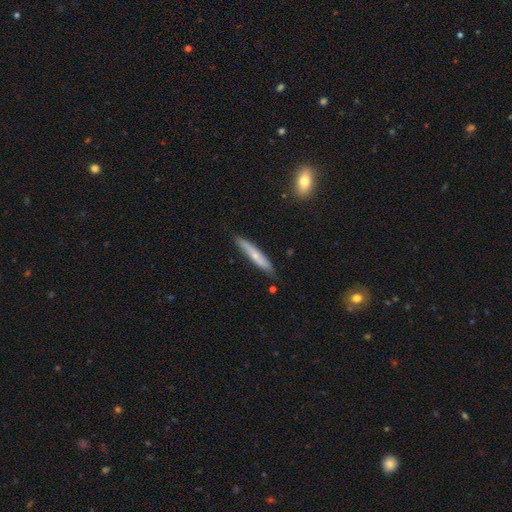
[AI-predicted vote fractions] This is possibly a smooth galaxy (55%). How rounded: clearly cigar-shaped (92%). Merging: clearly none (83%).